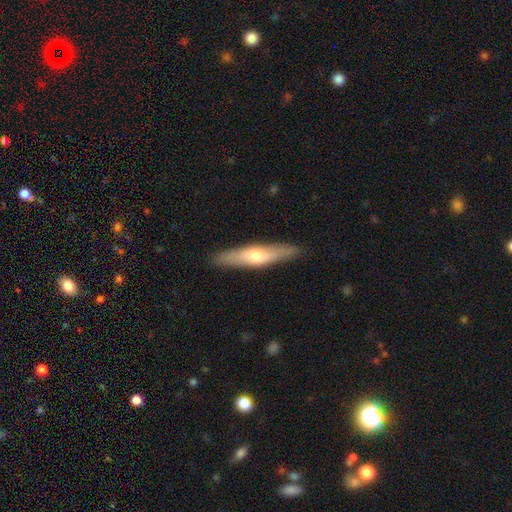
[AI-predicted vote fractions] Smooth or featured?
  - smooth: 48% *
  - featured or disk: 47%
  - star or artifact: 5%
Merging?
  - none: 89% *
  - minor disturbance: 8%
  - major disturbance: 2%
  - merger: 1%